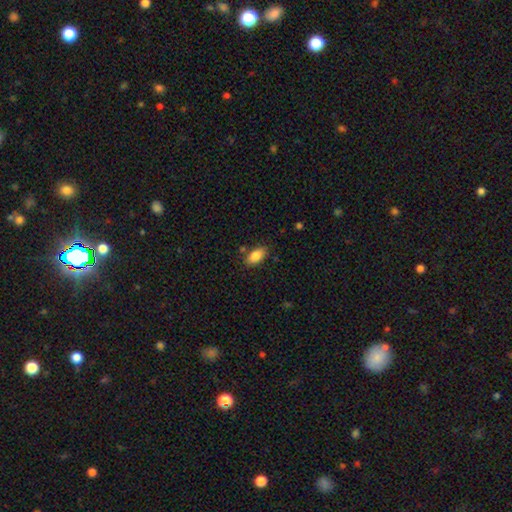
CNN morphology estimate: A smooth galaxy with no disk features (86%) that is in between round and cigar-shaped (92%). Merging: none (80%).